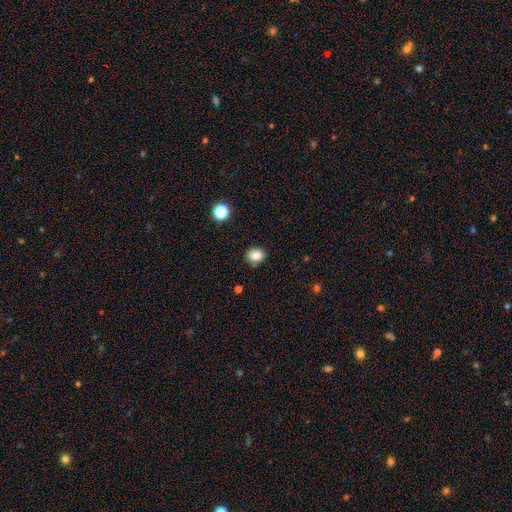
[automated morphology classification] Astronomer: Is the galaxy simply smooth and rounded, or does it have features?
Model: smooth — 84%.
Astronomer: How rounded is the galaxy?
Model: round — 59% (runner-up: in between, 40%).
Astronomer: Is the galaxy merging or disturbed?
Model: none — 86%.